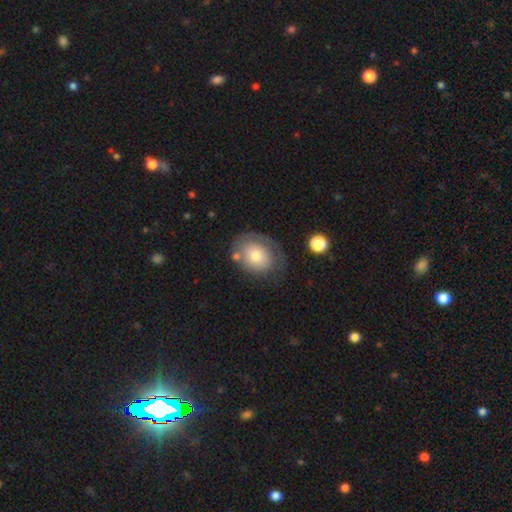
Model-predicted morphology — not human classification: Overall: smooth (63%; featured or disk 30%). How rounded: in between (53%; round 46%). Merging: none (60%; minor disturbance 23%).